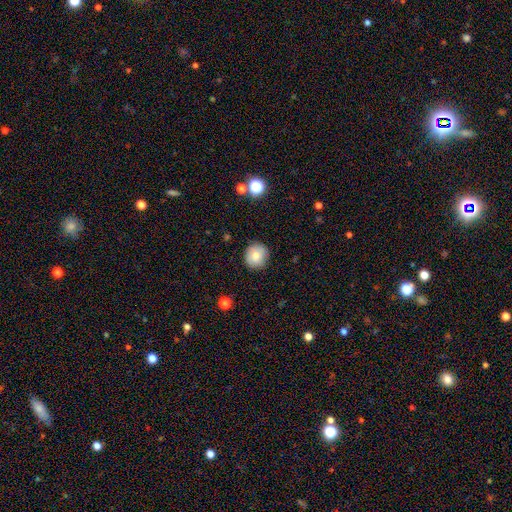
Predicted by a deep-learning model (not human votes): Smooth or featured? smooth (75%)
How rounded? round (88%)
Merging? none (87%)